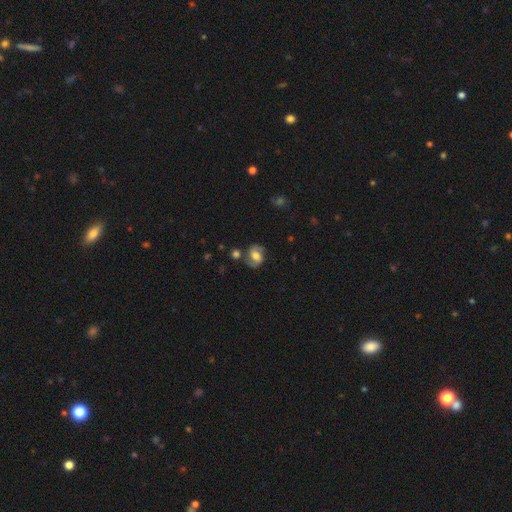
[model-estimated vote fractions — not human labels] Overall: featured or disk (64%; smooth 28%). Edge-on disk: no (97%). Bar: weak (44%; no 35%). Spiral arms: yes (87%). Spiral arm count: 2 (89%). Spiral winding: medium (51%; loose 25%). Bulge size: moderate (55%; large 25%). Merging: none (73%).